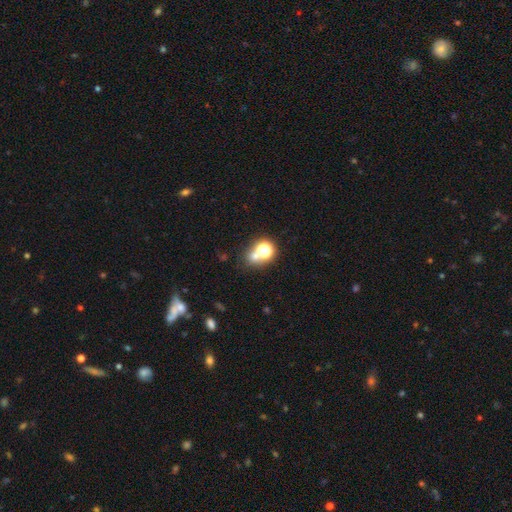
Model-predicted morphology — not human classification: Q: Smooth or featured?
A: smooth (54%); runner-up: star or artifact (36%)
Q: How rounded?
A: round (74%); runner-up: in between (24%)
Q: Merging?
A: none (57%); runner-up: merger (28%)